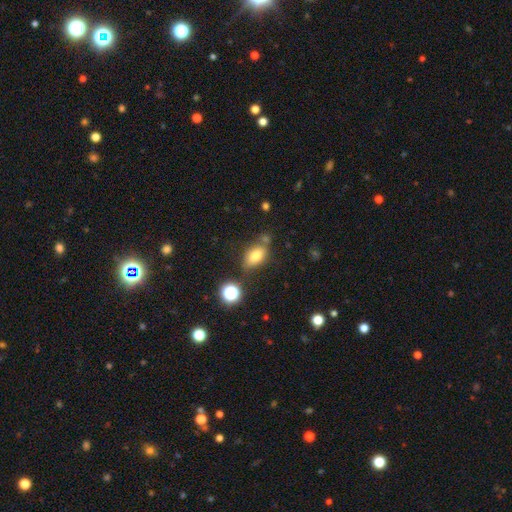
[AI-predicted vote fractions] Overall: smooth (76%). How rounded: in between (81%). Merging: none (66%).